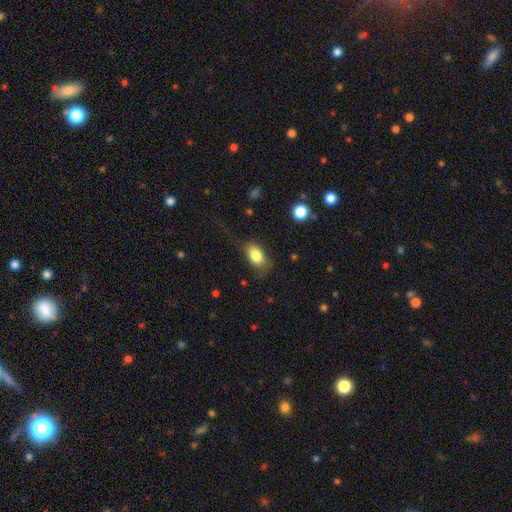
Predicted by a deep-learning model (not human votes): This appears to be a smooth galaxy with no disk features (82%) that is in between round and cigar-shaped (89%). Merging: none (64%).